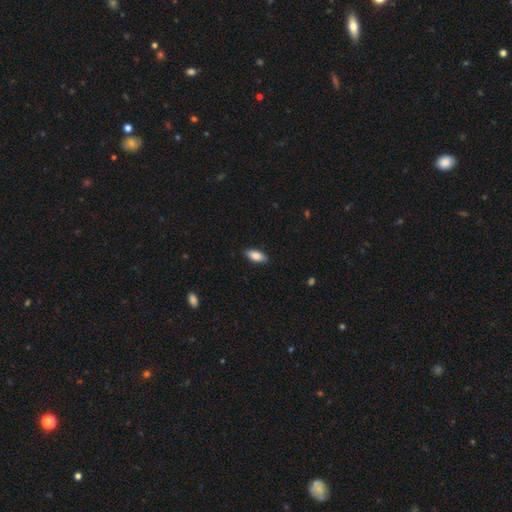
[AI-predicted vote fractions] smooth-or-featured: smooth: 82% | featured or disk: 12% | star or artifact: 6%
  how-rounded: in between: 82% | cigar-shaped: 16% | round: 2%
  merging: none: 88% | minor disturbance: 9% | major disturbance: 2% | merger: 1%